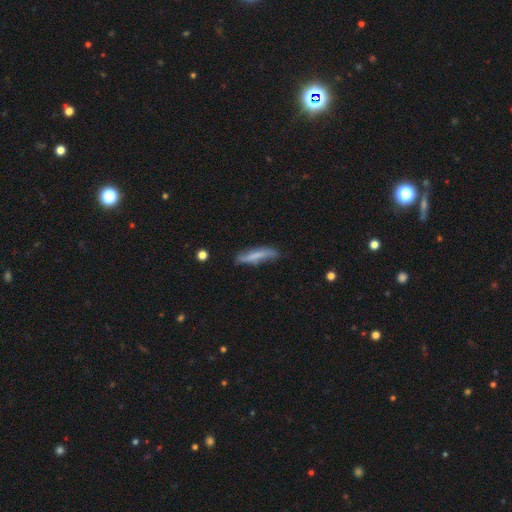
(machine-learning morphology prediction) Smooth or featured? Predicted: smooth (p=0.60). How rounded? Predicted: cigar-shaped (p=0.82). Merging? Predicted: none (p=0.61).